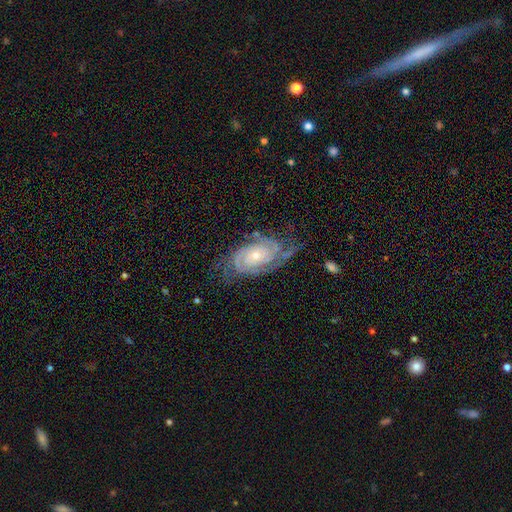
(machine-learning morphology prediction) type=featured or disk (89%); edge-on=no (96%); bar=no (74%); spiral arms=yes (98%); winding=tight (75%); arm count=2 (49%); bulge=small (68%); merging=none (66%).